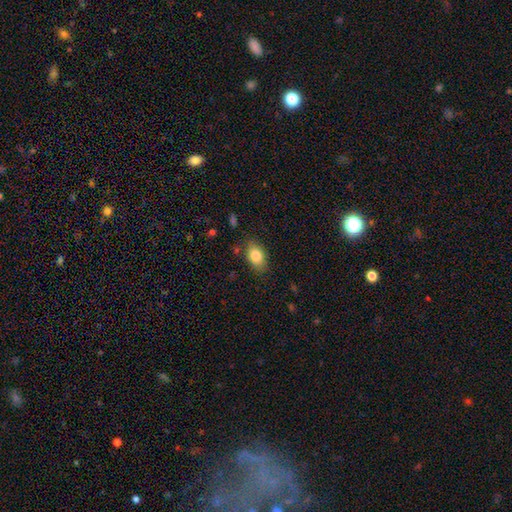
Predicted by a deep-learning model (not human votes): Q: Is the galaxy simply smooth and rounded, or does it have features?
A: smooth — 84%.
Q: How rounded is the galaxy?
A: in between — 89%.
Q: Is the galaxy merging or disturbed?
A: none — 82%.